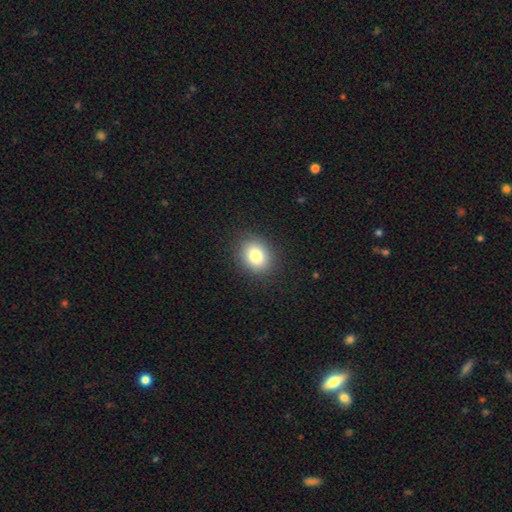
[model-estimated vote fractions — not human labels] This appears to be a smooth galaxy with no disk features (81%) that is round (54%). Merging: none (88%).